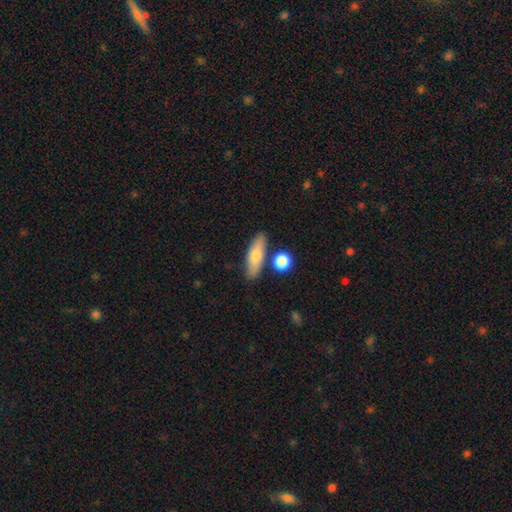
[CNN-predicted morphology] smooth 74%, featured or disk 20%, star or artifact 6%. Down the decision tree: how rounded — in between (48%); merging — none (78%).